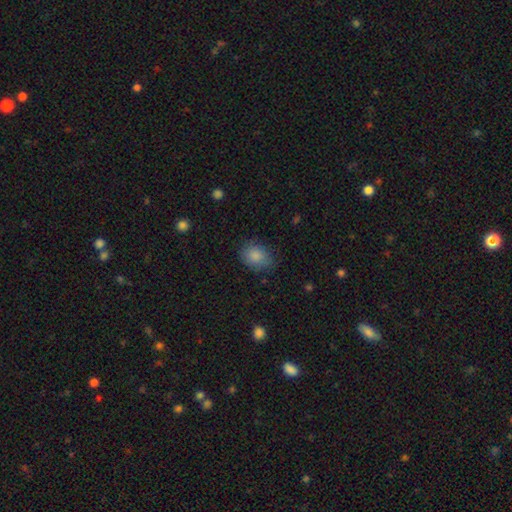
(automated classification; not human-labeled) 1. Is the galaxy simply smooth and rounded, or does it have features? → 85% smooth, 8% star or artifact, 6% featured or disk.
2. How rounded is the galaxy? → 63% in between, 36% round, 1% cigar-shaped.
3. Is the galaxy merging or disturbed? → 72% none, 21% minor disturbance, 5% major disturbance, 1% merger.